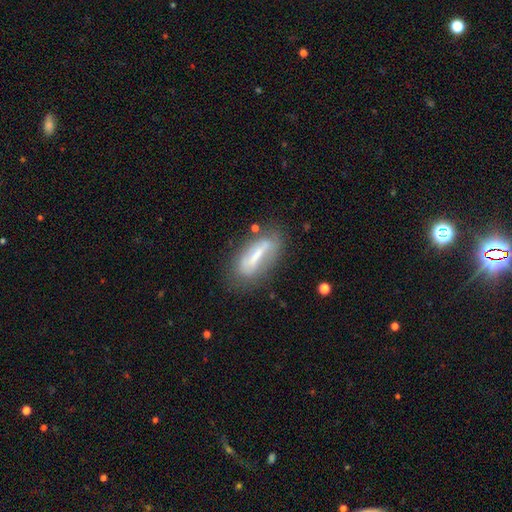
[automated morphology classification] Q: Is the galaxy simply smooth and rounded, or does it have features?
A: smooth — 48%.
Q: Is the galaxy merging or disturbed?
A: none — 61%.